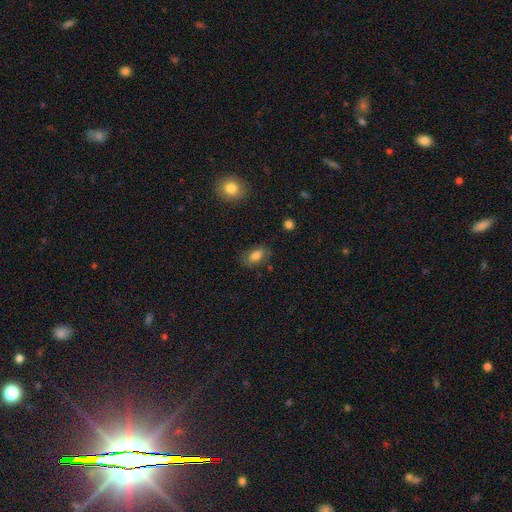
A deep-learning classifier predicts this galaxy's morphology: Smooth or featured: smooth — 77% (featured or disk — 15%)
How rounded: in between — 88% (round — 8%)
Merging: none — 77% (minor disturbance — 16%)